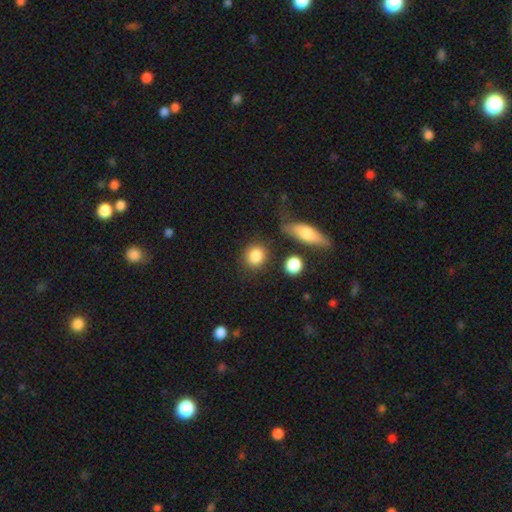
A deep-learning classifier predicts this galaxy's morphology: smooth_or_featured: smooth (p=0.85) [alt: star or artifact p=0.08]
how_rounded: round (p=0.75) [alt: in between p=0.23]
merging: none (p=0.78) [alt: minor disturbance p=0.11]